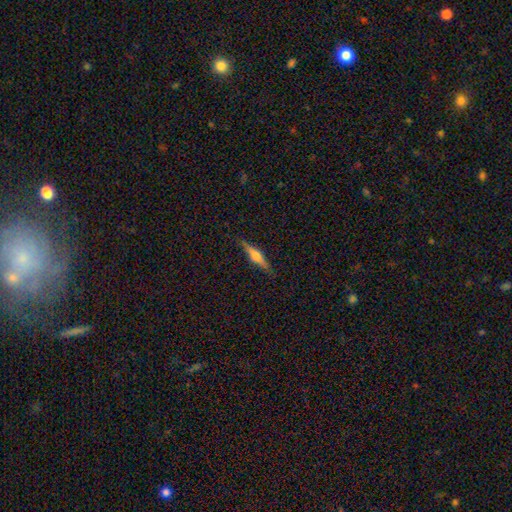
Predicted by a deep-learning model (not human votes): Smooth or featured? Predicted: featured or disk (p=0.65). Edge-on disk? Predicted: yes (p=0.97). Edge-on bulge? Predicted: rounded (p=0.86). Merging? Predicted: none (p=0.88).